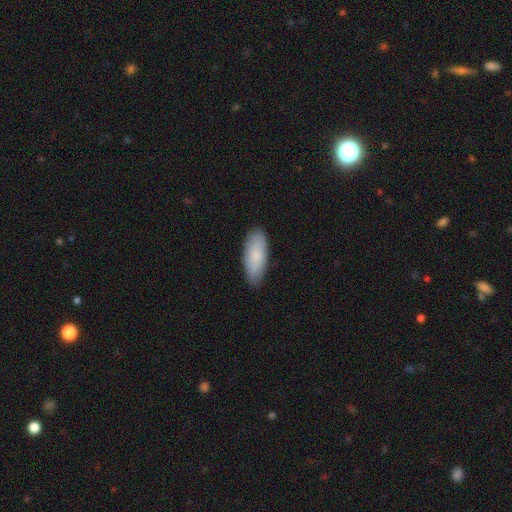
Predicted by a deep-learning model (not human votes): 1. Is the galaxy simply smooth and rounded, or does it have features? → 84% smooth, 11% featured or disk, 5% star or artifact.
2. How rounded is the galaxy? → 77% in between, 21% cigar-shaped, 2% round.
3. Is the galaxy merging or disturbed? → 86% none, 11% minor disturbance, 2% major disturbance, 1% merger.